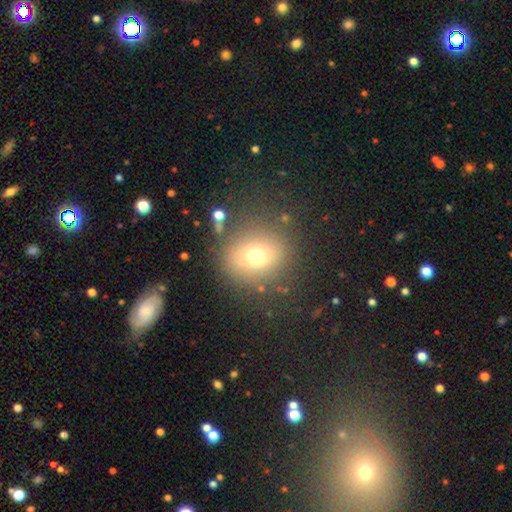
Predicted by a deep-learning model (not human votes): A smooth galaxy with no disk features (68%) that is round (83%). Merging: none (80%).